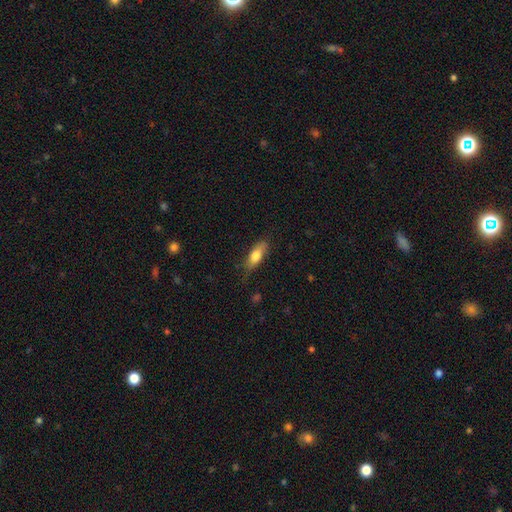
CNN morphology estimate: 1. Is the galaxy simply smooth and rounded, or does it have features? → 75% smooth, 19% featured or disk, 7% star or artifact.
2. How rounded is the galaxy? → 68% in between, 29% cigar-shaped, 3% round.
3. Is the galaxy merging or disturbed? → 68% none, 24% minor disturbance, 6% major disturbance, 1% merger.